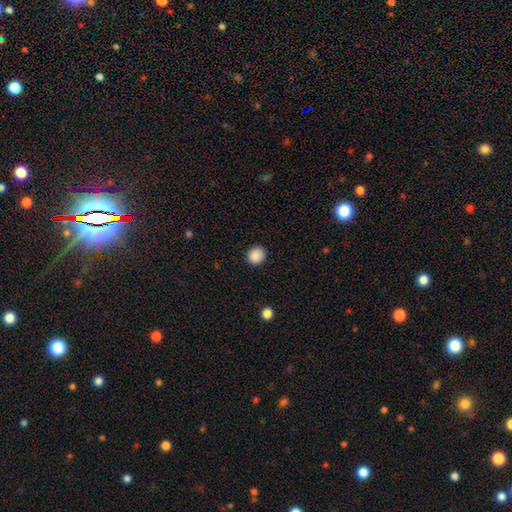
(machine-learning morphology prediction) This appears to be a smooth galaxy with no disk features (88%) that is round (80%). Merging: none (89%).